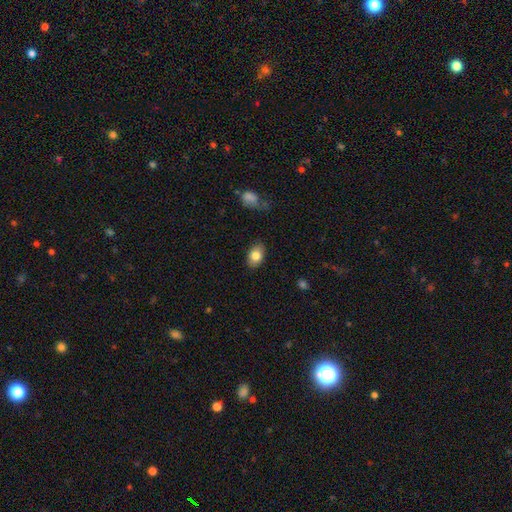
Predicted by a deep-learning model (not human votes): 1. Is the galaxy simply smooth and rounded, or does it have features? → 81% smooth, 12% featured or disk, 8% star or artifact.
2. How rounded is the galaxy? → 85% in between, 13% round, 1% cigar-shaped.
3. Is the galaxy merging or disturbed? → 85% none, 11% minor disturbance, 2% major disturbance, 1% merger.